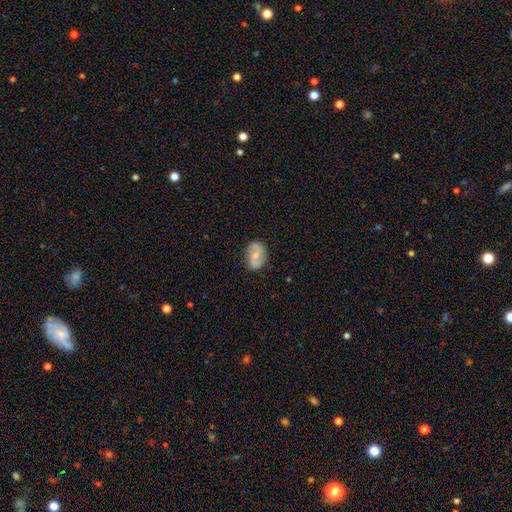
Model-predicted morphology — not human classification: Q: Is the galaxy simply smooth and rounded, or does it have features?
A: featured or disk — 49%.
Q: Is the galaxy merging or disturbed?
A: none — 78%.